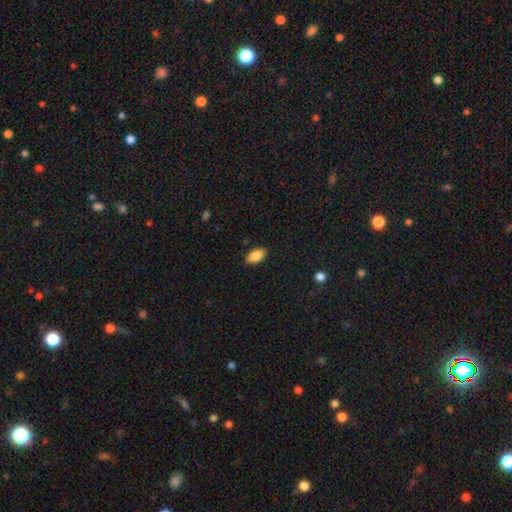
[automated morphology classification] A smooth galaxy with no disk features (87%) that is in between round and cigar-shaped (93%). Merging: none (87%).